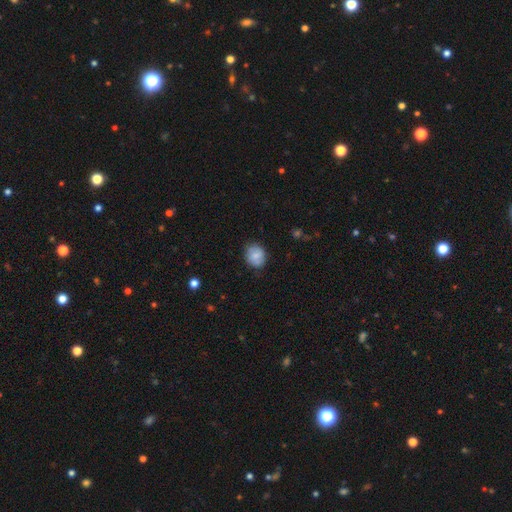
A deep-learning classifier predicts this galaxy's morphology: Smooth or featured: smooth — 77% (featured or disk — 15%)
How rounded: round — 65% (in between — 34%)
Merging: none — 78% (minor disturbance — 17%)